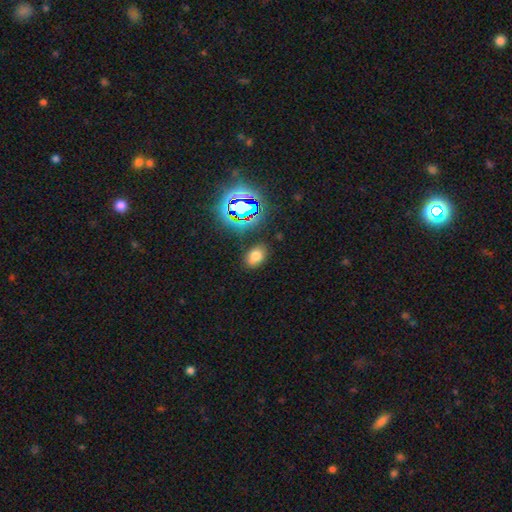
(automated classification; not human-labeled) A smooth galaxy with no disk features (67%) that is in between round and cigar-shaped (80%).

Vote fractions:
- Smooth or featured? smooth: 67% / star or artifact: 24% / featured or disk: 9%
- How rounded? in between: 80% / round: 19% / cigar-shaped: 1%
- Merging? none: 83% / minor disturbance: 11% / major disturbance: 3% / merger: 2%